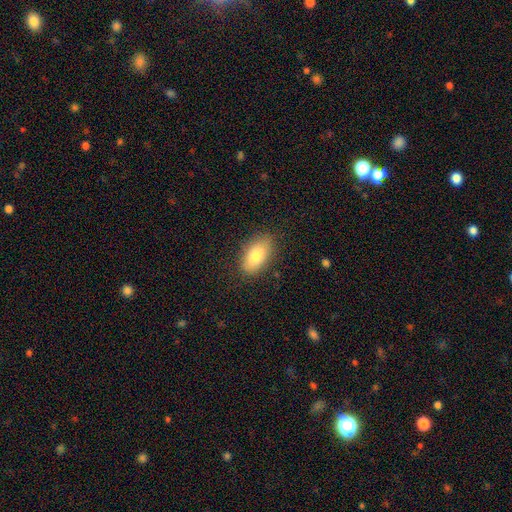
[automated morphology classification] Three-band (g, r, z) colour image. It shows a smooth galaxy with no disk features (79%) that is in between round and cigar-shaped (91%). Merging: none (85%).